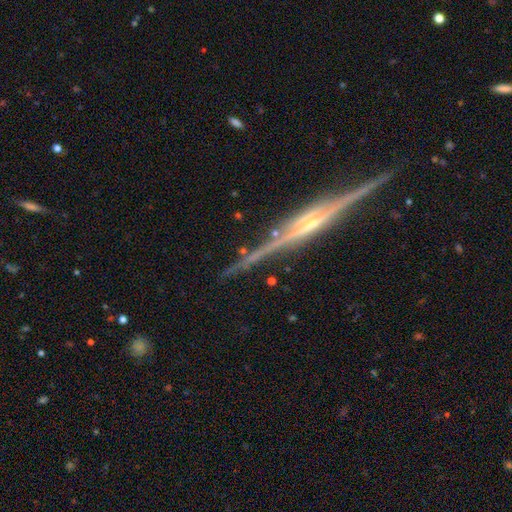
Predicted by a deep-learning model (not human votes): A featured or disk galaxy (87%) viewed edge-on (98%) with a rounded central bulge (58%). Merging: none (85%).